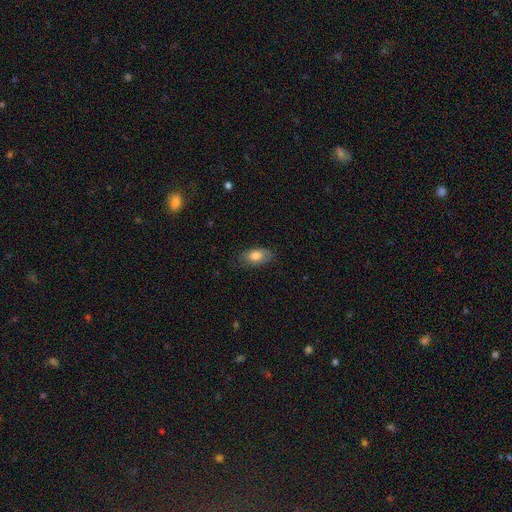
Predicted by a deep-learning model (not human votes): Smooth or featured? smooth (80%)
How rounded? in between (90%)
Merging? none (78%)